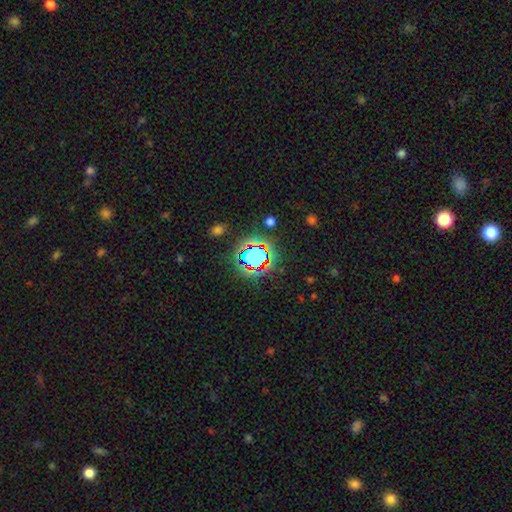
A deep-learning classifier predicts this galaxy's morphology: star or artifact 63%, smooth 25%, featured or disk 12%.